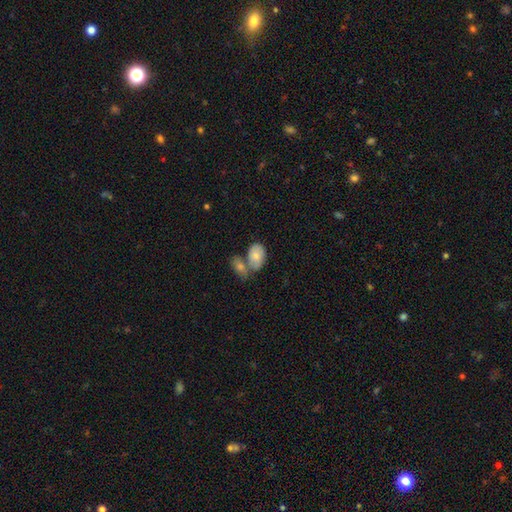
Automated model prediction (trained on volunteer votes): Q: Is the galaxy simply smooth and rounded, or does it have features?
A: smooth — 76%.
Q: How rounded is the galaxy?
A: in between — 89%.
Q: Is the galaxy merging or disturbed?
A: merger — 49%.